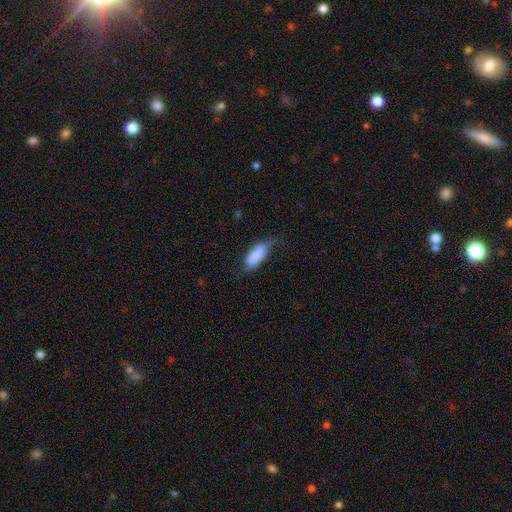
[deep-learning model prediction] smooth 84%, featured or disk 9%, star or artifact 6%. Down the decision tree: how rounded — in between (76%); merging — none (45%).